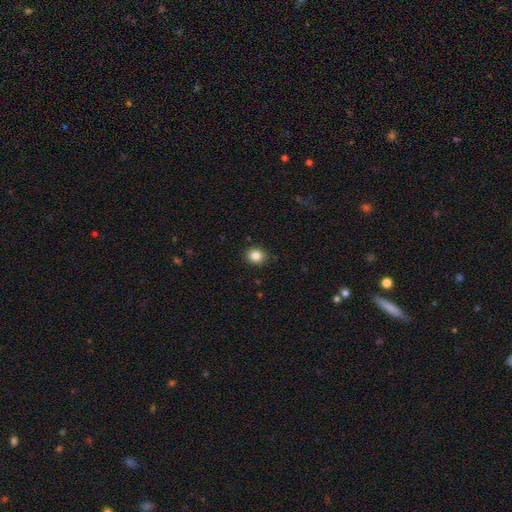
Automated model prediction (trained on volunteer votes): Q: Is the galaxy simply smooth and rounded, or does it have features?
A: smooth — 84%.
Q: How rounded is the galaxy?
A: round — 74%.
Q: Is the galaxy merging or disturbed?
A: none — 90%.